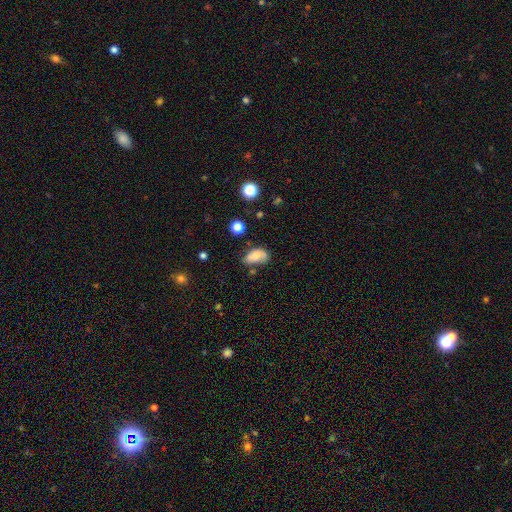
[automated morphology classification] Overall: smooth (69%). How rounded: in between (89%). Merging: none (41%; minor disturbance 35%).